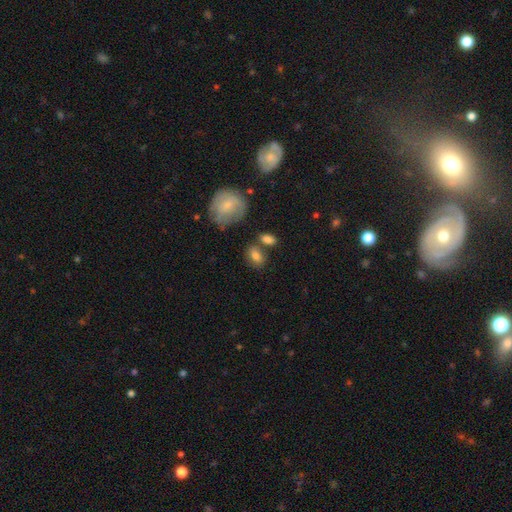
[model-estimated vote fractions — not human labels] A smooth galaxy with no disk features (80%) that is in between round and cigar-shaped (78%). Merging: none (62%).